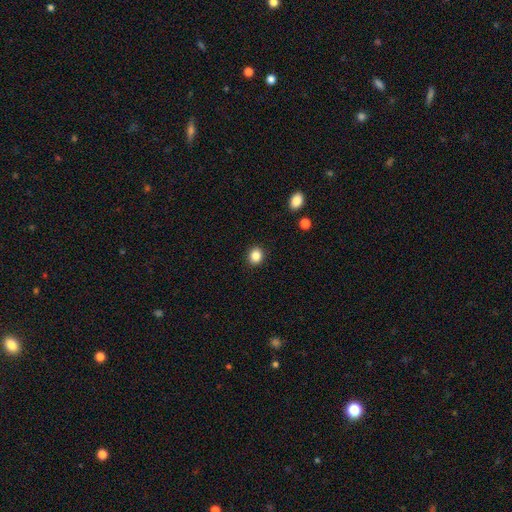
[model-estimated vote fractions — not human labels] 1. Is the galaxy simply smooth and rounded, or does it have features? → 86% smooth, 10% star or artifact, 4% featured or disk.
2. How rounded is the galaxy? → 75% round, 24% in between, 1% cigar-shaped.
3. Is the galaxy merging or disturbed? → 91% none, 6% minor disturbance, 2% major disturbance, 1% merger.